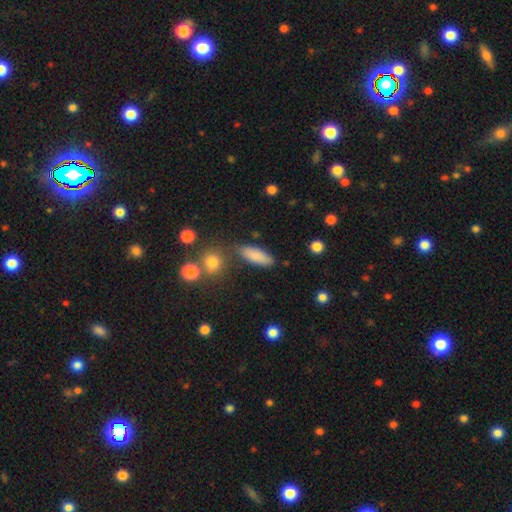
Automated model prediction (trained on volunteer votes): A smooth galaxy with no disk features (85%) that is in between round and cigar-shaped (65%).

Vote fractions:
- Smooth or featured? smooth: 85% / star or artifact: 8% / featured or disk: 7%
- How rounded? in between: 65% / cigar-shaped: 31% / round: 3%
- Merging? none: 77% / minor disturbance: 13% / merger: 6% / major disturbance: 4%